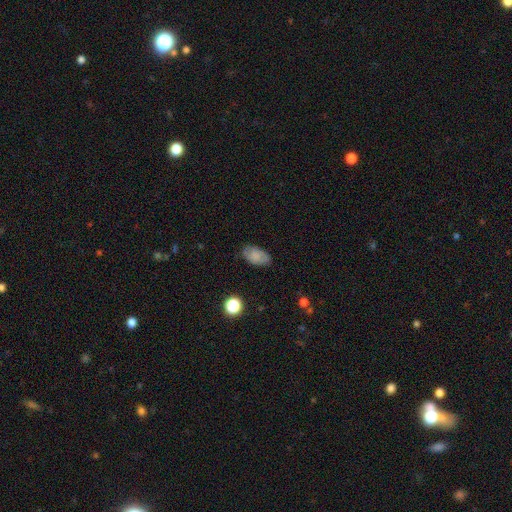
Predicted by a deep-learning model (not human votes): smooth 76%, featured or disk 14%, star or artifact 10%. Down the decision tree: how rounded — in between (92%); merging — none (79%).